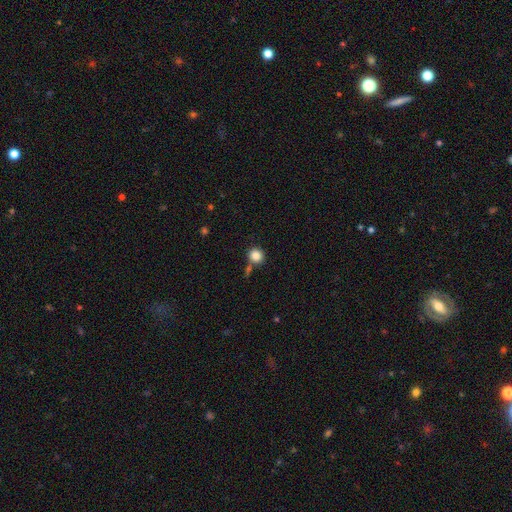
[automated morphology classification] Smooth or featured? Predicted: smooth (p=0.86). How rounded? Predicted: round (p=0.85). Merging? Predicted: none (p=0.72).